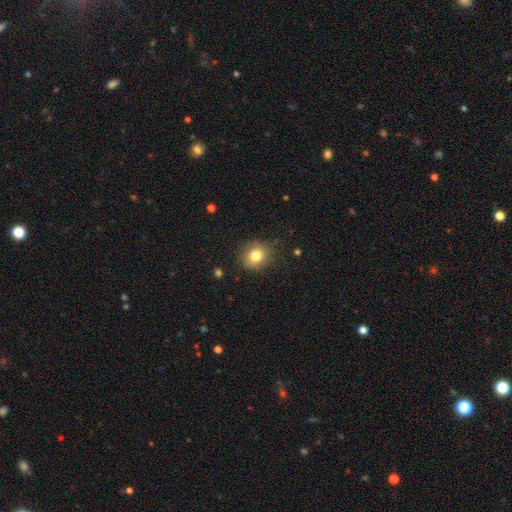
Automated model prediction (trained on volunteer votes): Smooth or featured: smooth — 82% (star or artifact — 10%)
How rounded: round — 72% (in between — 27%)
Merging: none — 83% (minor disturbance — 13%)